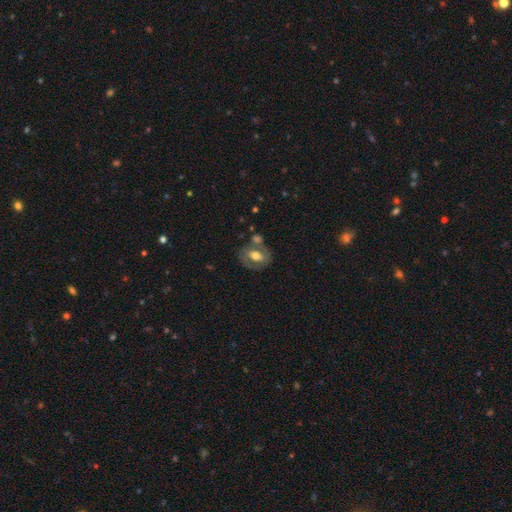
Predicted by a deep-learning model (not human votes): Q: Smooth or featured?
A: featured or disk (52%); runner-up: smooth (41%)
Q: Edge-on disk?
A: no (94%); runner-up: yes (6%)
Q: Merging?
A: none (55%); runner-up: merger (21%)